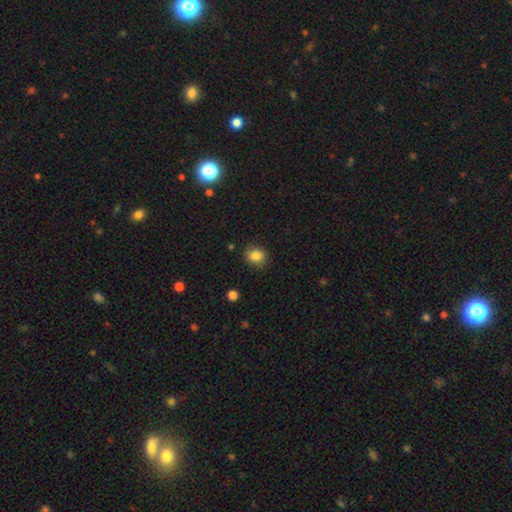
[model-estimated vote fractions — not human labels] Morphology: type=smooth (84%); roundness=round (63%); merging=none (82%).